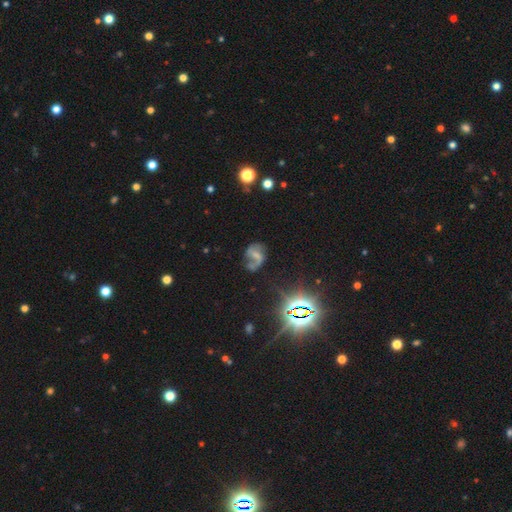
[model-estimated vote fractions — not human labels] This is possibly a featured or disk galaxy (58%). It is clearly not viewed edge-on (97%). Bar: marginally no (42%). Spiral arm pattern: likely yes (76%). Central bulge: possibly none (48%). Merging: marginally none (42%).